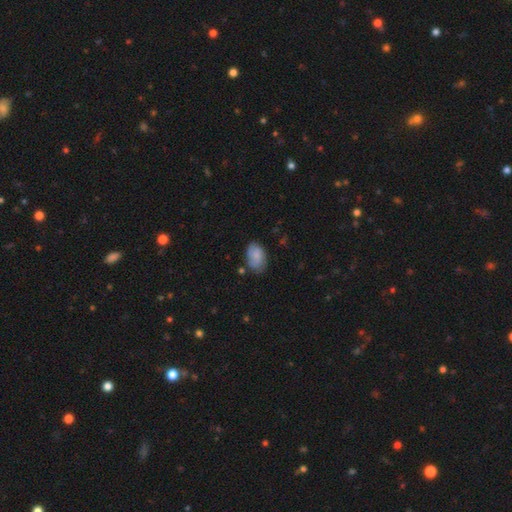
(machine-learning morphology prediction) A smooth galaxy with no disk features (67%) that is in between round and cigar-shaped (89%). Merging: none (63%).